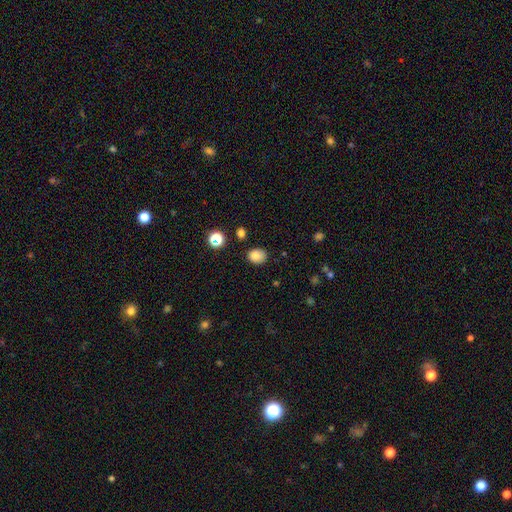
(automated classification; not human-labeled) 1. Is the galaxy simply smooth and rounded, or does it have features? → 81% smooth, 13% star or artifact, 6% featured or disk.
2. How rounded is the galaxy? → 54% round, 45% in between, 1% cigar-shaped.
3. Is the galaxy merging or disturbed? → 83% none, 12% minor disturbance, 3% major disturbance, 2% merger.